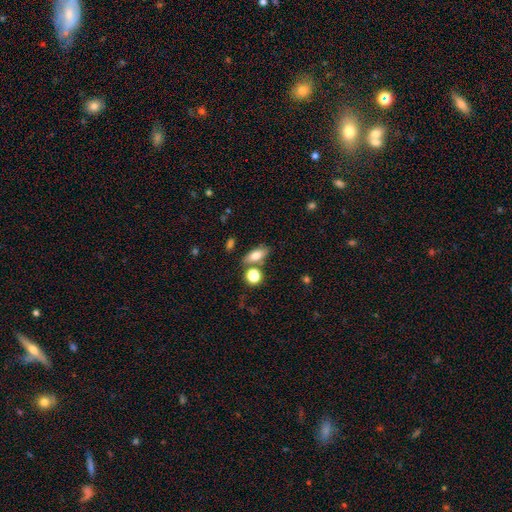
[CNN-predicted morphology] smooth 75%, featured or disk 16%, star or artifact 9%. Down the decision tree: how rounded — in between (71%); merging — none (71%).